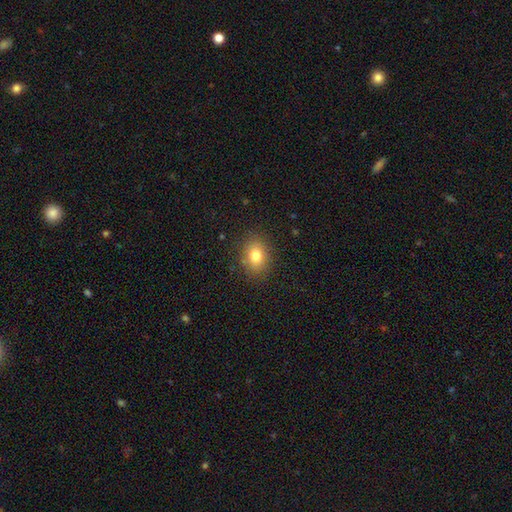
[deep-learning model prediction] Overall: smooth (79%). How rounded: in between (57%; round 41%). Merging: none (86%).